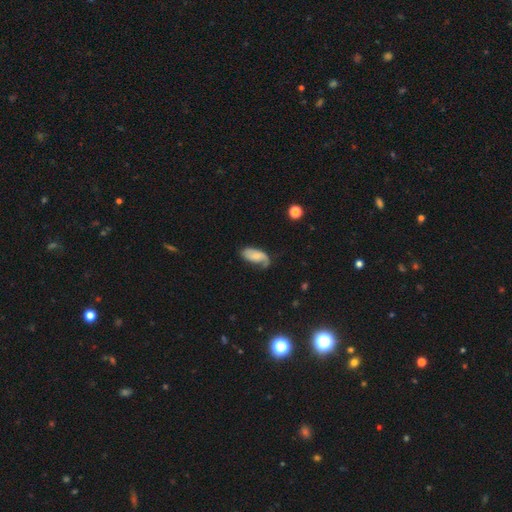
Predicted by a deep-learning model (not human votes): Morphology: type=smooth (48%); merging=none (48%).